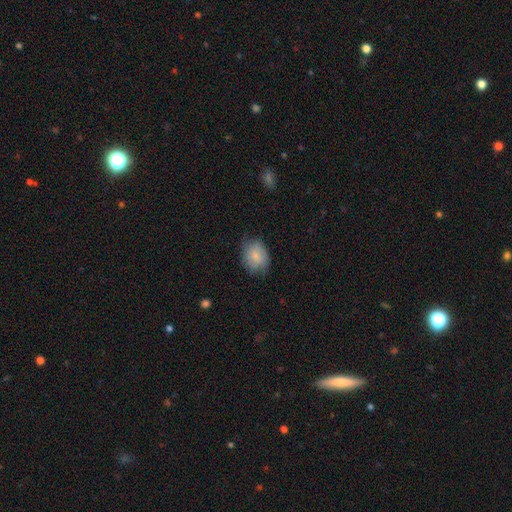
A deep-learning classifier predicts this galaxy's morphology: Smooth or featured? Predicted: smooth (p=0.78). How rounded? Predicted: in between (p=0.52). Merging? Predicted: none (p=0.66).